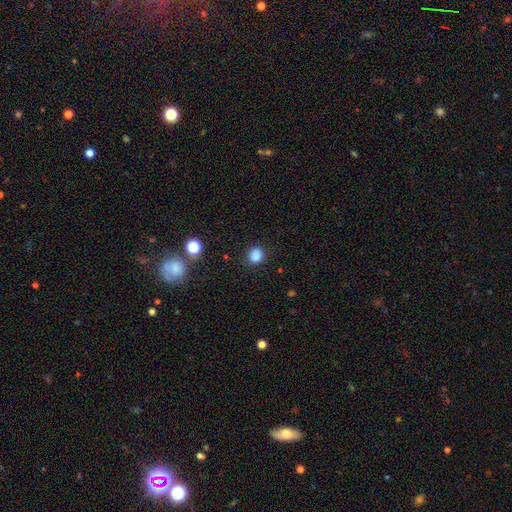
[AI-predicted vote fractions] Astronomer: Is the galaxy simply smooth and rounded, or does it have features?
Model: smooth — 84%.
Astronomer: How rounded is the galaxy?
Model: round — 68%.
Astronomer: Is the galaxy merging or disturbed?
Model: none — 82%.